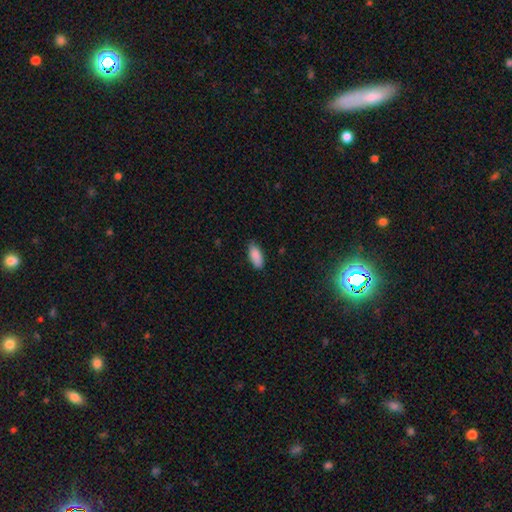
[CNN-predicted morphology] This is clearly a smooth galaxy (89%). How rounded: clearly in between (86%). Merging: likely none (79%).